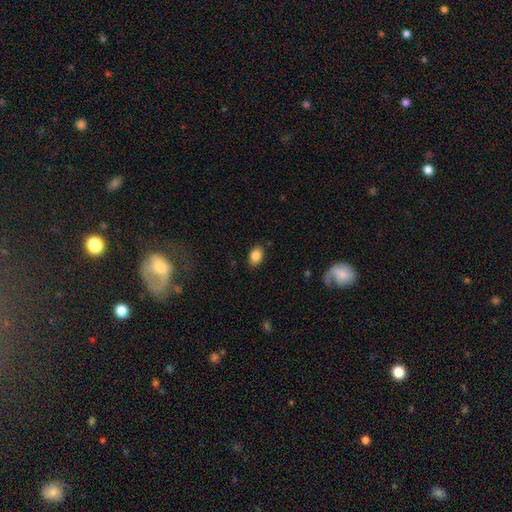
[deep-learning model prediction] Morphology: type=smooth (86%); roundness=in between (81%); merging=none (86%).